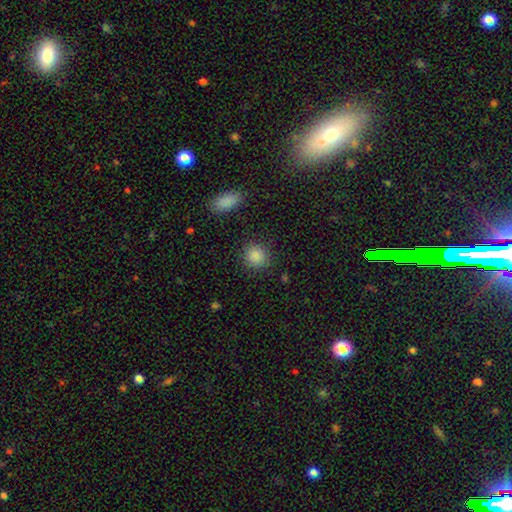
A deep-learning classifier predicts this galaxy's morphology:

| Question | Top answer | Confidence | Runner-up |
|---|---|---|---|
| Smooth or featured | smooth | 86% | star or artifact (10%) |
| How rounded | round | 87% | in between (12%) |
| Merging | none | 87% | minor disturbance (8%) |